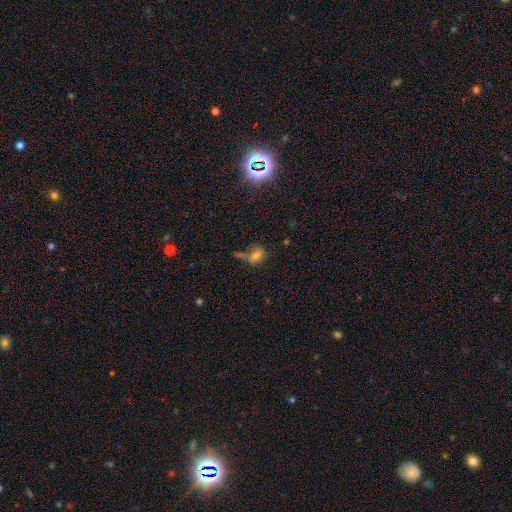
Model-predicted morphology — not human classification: Overall: smooth (66%). How rounded: in between (73%). Merging: merger (35%, tied with none).